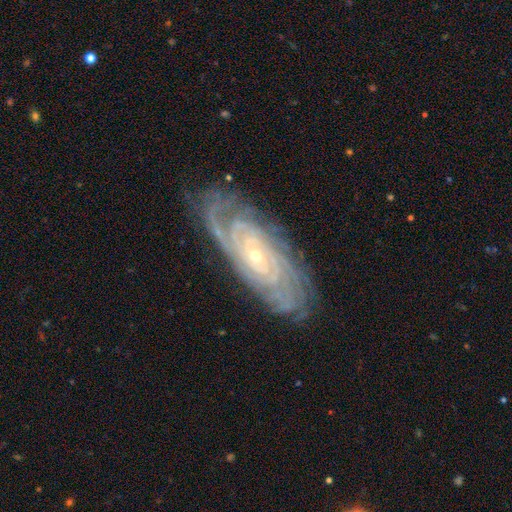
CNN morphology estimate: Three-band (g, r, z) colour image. It shows a featured or disk galaxy (88%) with no bar (68%), tight (79%) spiral arms (97%) and a small central bulge (76%). Merging: none (80%).